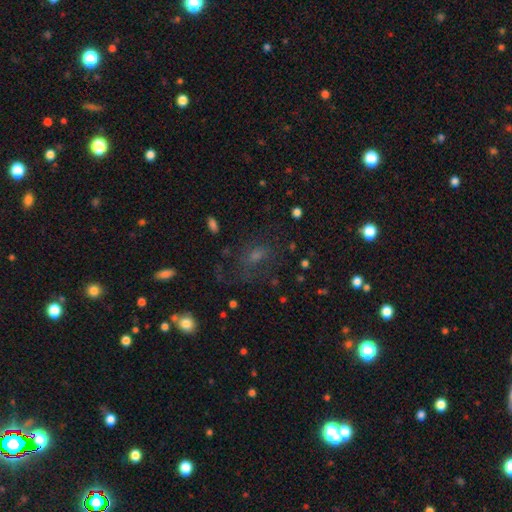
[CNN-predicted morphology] Smooth or featured? Predicted: smooth (p=0.46). Merging? Predicted: none (p=0.57).